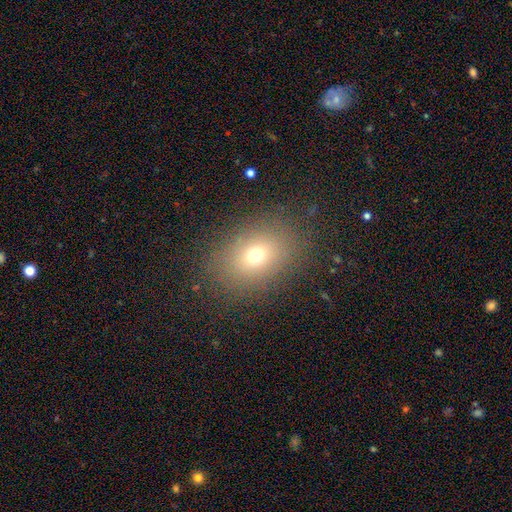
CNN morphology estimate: smooth 68%, star or artifact 17%, featured or disk 15%. Down the decision tree: how rounded — in between (66%); merging — none (83%).